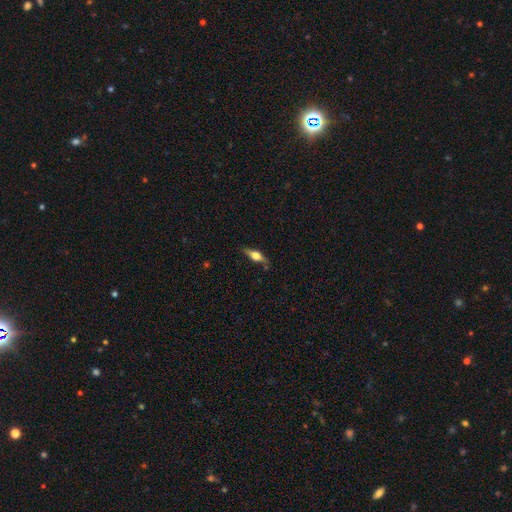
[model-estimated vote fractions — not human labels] Morphology: type=featured or disk (61%); edge-on=yes (95%); edge-on bulge=rounded (92%); merging=none (82%).